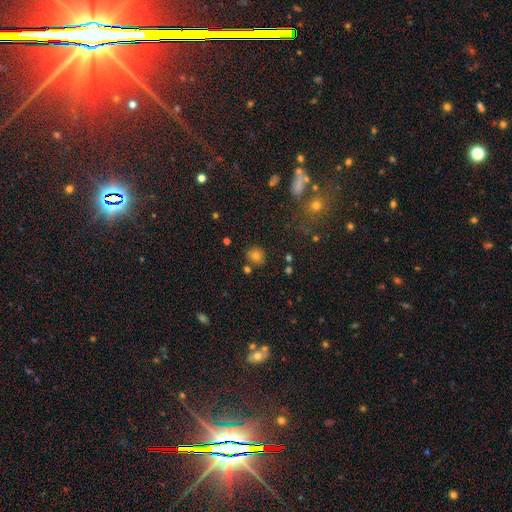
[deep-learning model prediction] Morphology: type=smooth (75%); roundness=round (78%); merging=none (81%).